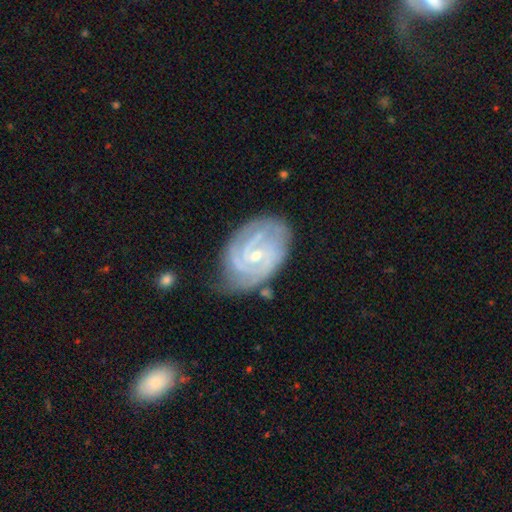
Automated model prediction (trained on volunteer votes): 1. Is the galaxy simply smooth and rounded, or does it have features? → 89% featured or disk, 6% smooth, 5% star or artifact.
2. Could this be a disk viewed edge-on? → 97% no, 3% yes.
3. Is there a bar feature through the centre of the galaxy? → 45% weak, 43% no, 12% strong.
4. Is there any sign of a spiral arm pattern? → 97% yes, 3% no.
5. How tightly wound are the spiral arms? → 68% tight, 27% medium, 5% loose.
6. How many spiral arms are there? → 40% 2, 26% 3, 18% can't tell, 7% 4, 4% 1, 4% more than 4.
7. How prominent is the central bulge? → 66% small, 31% moderate, 1% none, 1% large, 1% dominant.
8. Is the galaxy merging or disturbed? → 65% none, 25% minor disturbance, 7% major disturbance, 3% merger.